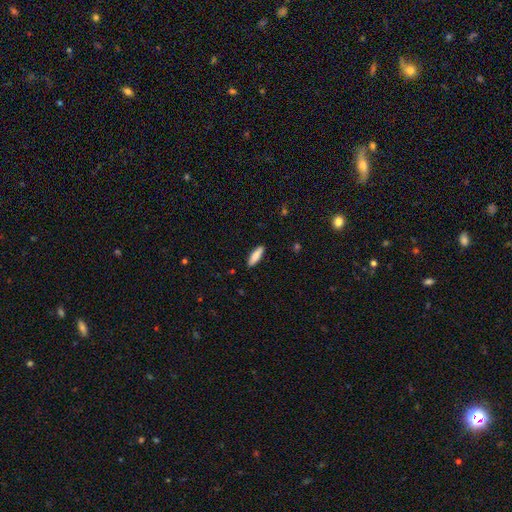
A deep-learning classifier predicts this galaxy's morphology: smooth_or_featured: smooth (p=0.85) [alt: featured or disk p=0.09]
how_rounded: in between (p=0.49) [tied with: cigar-shaped p=0.49]
merging: none (p=0.88) [alt: minor disturbance p=0.09]